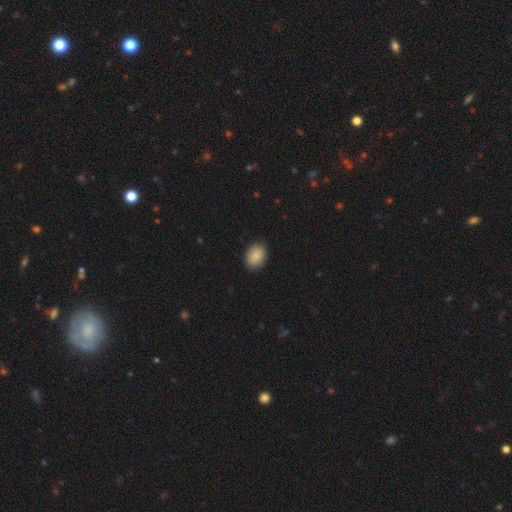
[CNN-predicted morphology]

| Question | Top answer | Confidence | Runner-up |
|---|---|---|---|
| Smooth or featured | smooth | 88% | star or artifact (7%) |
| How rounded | in between | 68% | round (31%) |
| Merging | none | 89% | minor disturbance (8%) |